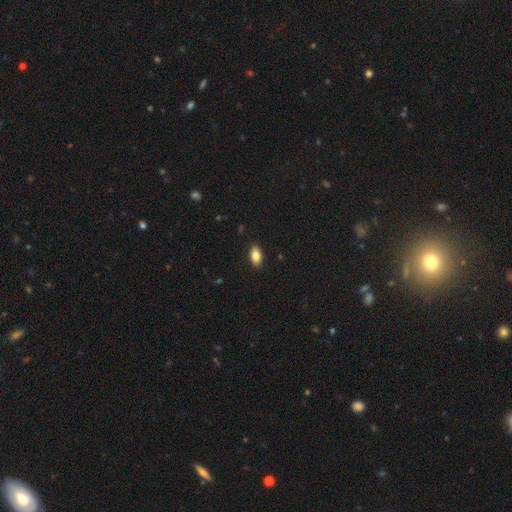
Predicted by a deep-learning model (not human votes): smooth-or-featured: smooth: 83% | featured or disk: 10% | star or artifact: 7%
  how-rounded: in between: 91% | cigar-shaped: 6% | round: 4%
  merging: none: 89% | minor disturbance: 8% | major disturbance: 2% | merger: 1%